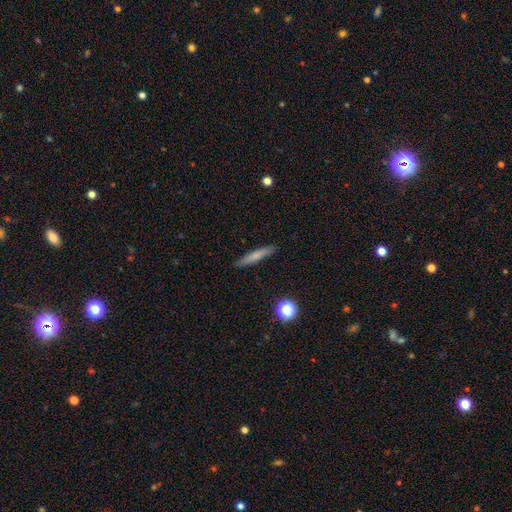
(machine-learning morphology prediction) Smooth or featured?
  - smooth: 69% *
  - featured or disk: 24%
  - star or artifact: 8%
How rounded?
  - cigar-shaped: 92% *
  - in between: 6%
  - round: 2%
Merging?
  - none: 89% *
  - minor disturbance: 8%
  - major disturbance: 2%
  - merger: 1%